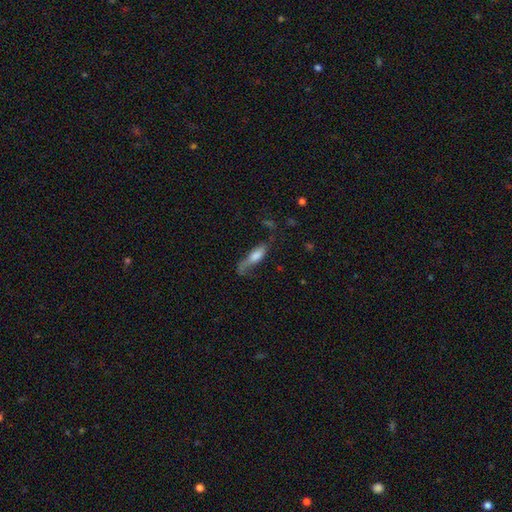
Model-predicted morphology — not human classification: A smooth galaxy with no disk features (63%) that is cigar-shaped (52%).

Vote fractions:
- Smooth or featured? smooth: 63% / featured or disk: 29% / star or artifact: 8%
- How rounded? cigar-shaped: 52% / in between: 45% / round: 3%
- Merging? none: 41% / minor disturbance: 29% / major disturbance: 25% / merger: 5%